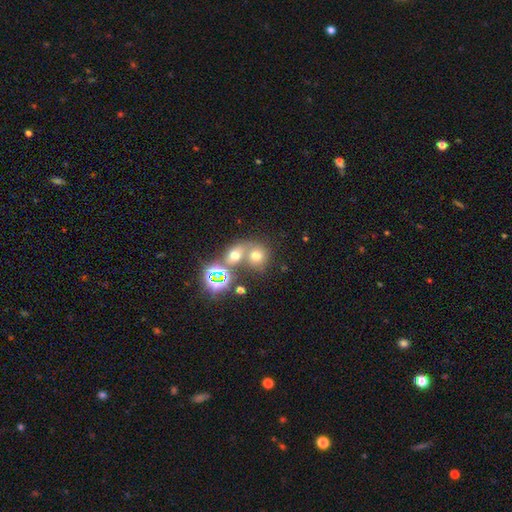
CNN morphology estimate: Smooth or featured? Predicted: smooth (p=0.62). How rounded? Predicted: round (p=0.78). Merging? Predicted: merger (p=0.46).